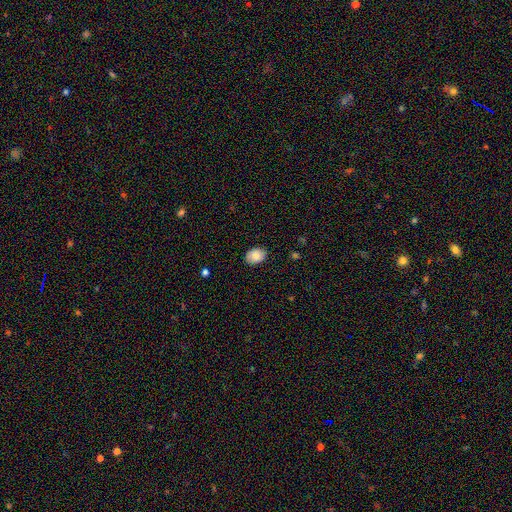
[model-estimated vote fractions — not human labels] The model was most divided on "how rounded": in between: 75%, round: 24%, cigar-shaped: 1%. More confident: merging — none (86%); smooth or featured — smooth (82%).